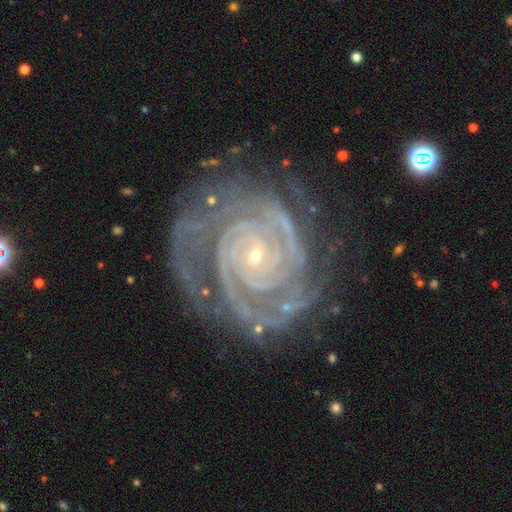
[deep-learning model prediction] Smooth or featured? Predicted: featured or disk (p=0.93). Edge-on disk? Predicted: no (p=0.98). Bar? Predicted: no (p=0.71). Spiral arms? Predicted: yes (p=0.99). Spiral winding? Predicted: tight (p=0.84). Spiral arm count? Predicted: 2 (p=0.39). Bulge size? Predicted: small (p=0.87). Merging? Predicted: none (p=0.73).